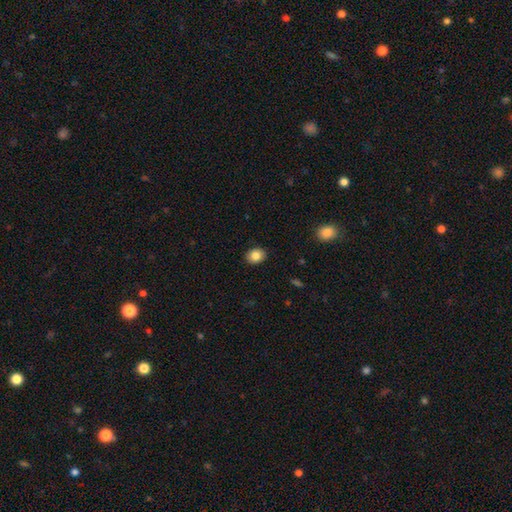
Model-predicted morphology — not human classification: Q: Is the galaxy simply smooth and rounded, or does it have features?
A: smooth — 85%.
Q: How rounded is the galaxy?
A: in between — 50%.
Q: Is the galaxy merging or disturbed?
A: none — 89%.